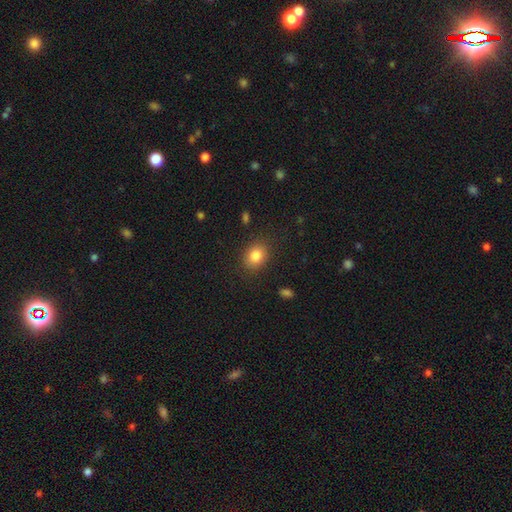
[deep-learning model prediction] This is clearly a smooth galaxy (83%). How rounded: possibly round (50%). Merging: clearly none (85%).